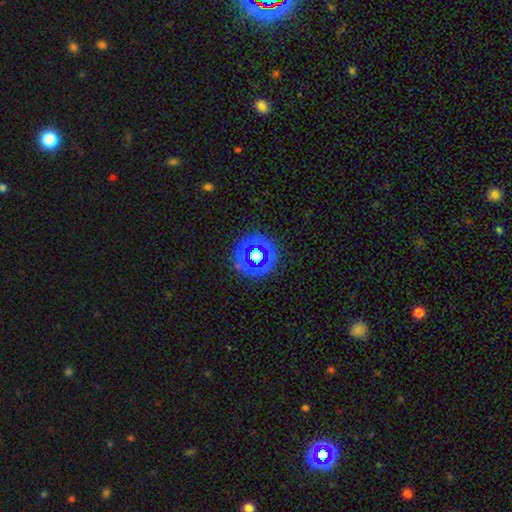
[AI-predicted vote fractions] This is possibly a star or artifact rather than a galaxy (48%).